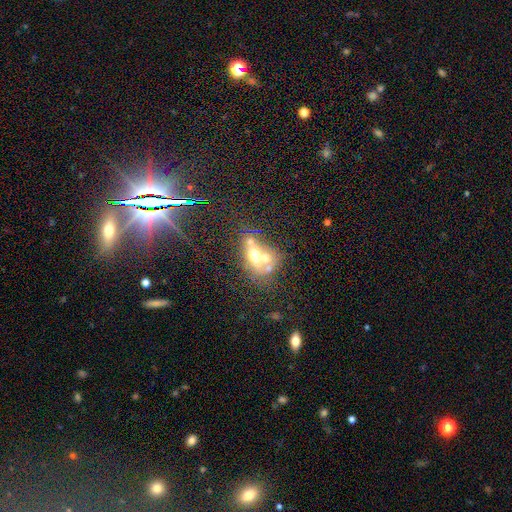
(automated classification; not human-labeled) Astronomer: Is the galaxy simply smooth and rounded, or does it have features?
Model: smooth — 46% (runner-up: featured or disk, 39%).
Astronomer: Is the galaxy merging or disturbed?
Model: merger — 58%.